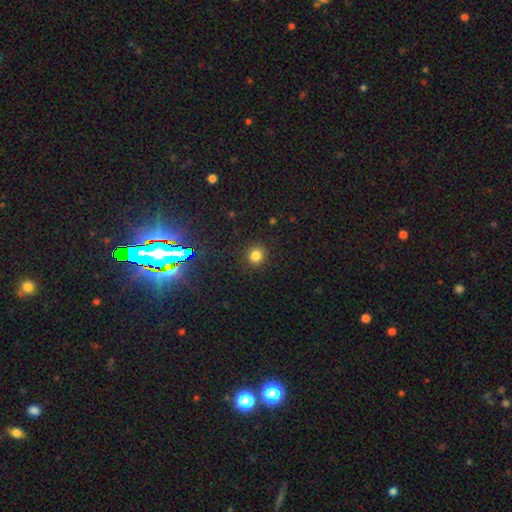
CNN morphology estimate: smooth_or_featured: smooth (p=0.80) [alt: star or artifact p=0.15]
how_rounded: round (p=0.88) [alt: in between p=0.11]
merging: none (p=0.91) [alt: minor disturbance p=0.06]